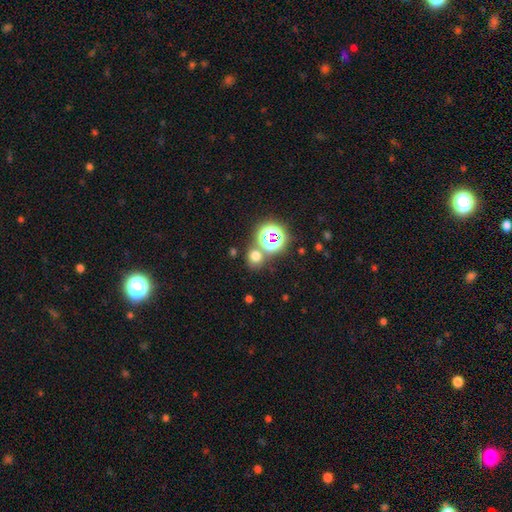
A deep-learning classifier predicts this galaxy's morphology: A smooth galaxy with no disk features (62%) that is round (75%).

Vote fractions:
- Smooth or featured? smooth: 62% / star or artifact: 31% / featured or disk: 7%
- How rounded? round: 75% / in between: 24% / cigar-shaped: 1%
- Merging? none: 70% / merger: 17% / minor disturbance: 9% / major disturbance: 4%